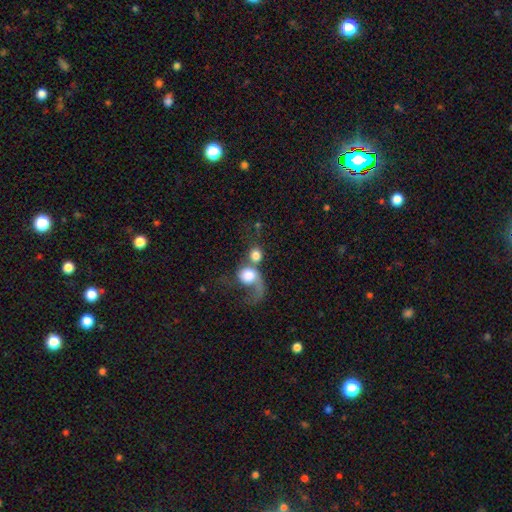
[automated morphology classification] The model was most divided on "smooth or featured": smooth: 61%, featured or disk: 29%, star or artifact: 9%. More confident: how rounded — round (74%); merging — merger (61%).